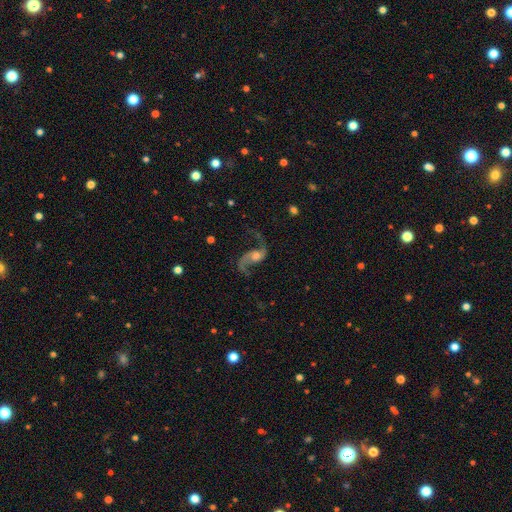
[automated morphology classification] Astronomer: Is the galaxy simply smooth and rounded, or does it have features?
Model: featured or disk — 88%.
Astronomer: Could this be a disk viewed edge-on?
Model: no — 96%.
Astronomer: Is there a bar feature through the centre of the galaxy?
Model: no — 58% (runner-up: weak, 33%).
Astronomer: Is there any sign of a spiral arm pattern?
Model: yes — 97%.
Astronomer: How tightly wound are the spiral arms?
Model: loose — 81%.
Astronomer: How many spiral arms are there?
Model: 2 — 93%.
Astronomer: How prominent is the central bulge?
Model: moderate — 50% (runner-up: small, 28%).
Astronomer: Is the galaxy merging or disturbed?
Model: none — 69%.